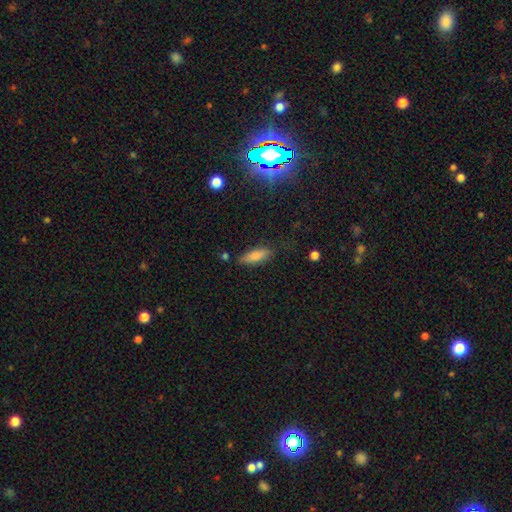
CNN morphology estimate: Q: Smooth or featured?
A: smooth (81%); runner-up: featured or disk (11%)
Q: How rounded?
A: in between (57%); runner-up: cigar-shaped (41%)
Q: Merging?
A: none (72%); runner-up: minor disturbance (19%)